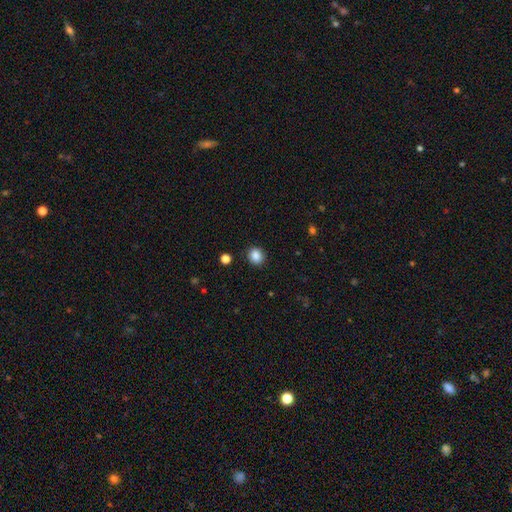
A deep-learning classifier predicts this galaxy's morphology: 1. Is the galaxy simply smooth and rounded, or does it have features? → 86% smooth, 10% star or artifact, 4% featured or disk.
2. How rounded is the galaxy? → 76% round, 23% in between, 1% cigar-shaped.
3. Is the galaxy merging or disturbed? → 90% none, 7% minor disturbance, 2% major disturbance, 1% merger.